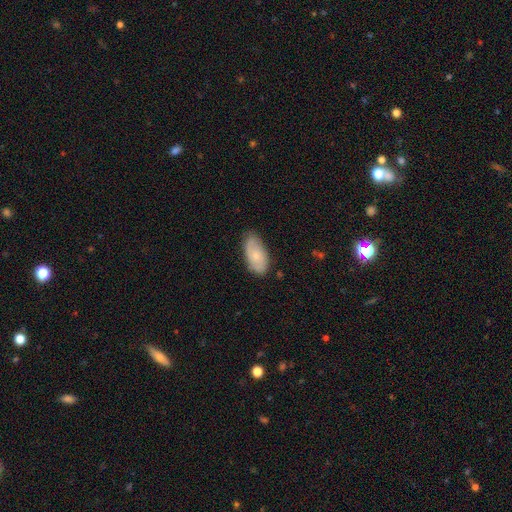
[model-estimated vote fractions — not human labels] smooth_or_featured: smooth (p=0.59) [alt: featured or disk p=0.35]
how_rounded: in between (p=0.93) [alt: cigar-shaped p=0.04]
merging: none (p=0.71) [alt: minor disturbance p=0.24]